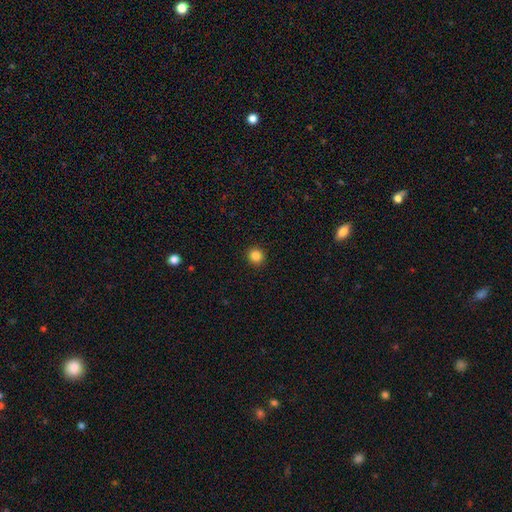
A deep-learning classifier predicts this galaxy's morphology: A smooth galaxy with no disk features (85%) that is round (92%). Merging: none (93%).